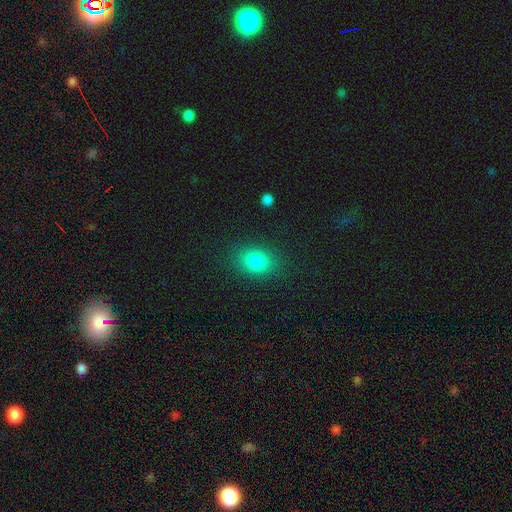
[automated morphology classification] Smooth or featured? Predicted: smooth (p=0.73). How rounded? Predicted: round (p=0.54). Merging? Predicted: none (p=0.90).